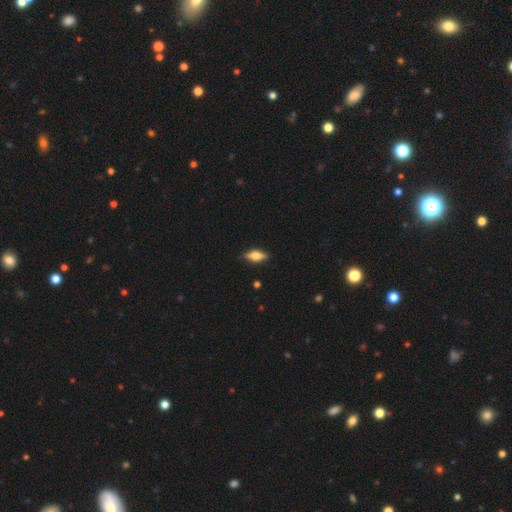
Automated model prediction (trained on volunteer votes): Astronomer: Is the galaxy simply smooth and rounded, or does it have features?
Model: smooth — 67%.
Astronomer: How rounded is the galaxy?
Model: in between — 78%.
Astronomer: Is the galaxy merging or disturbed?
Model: none — 85%.